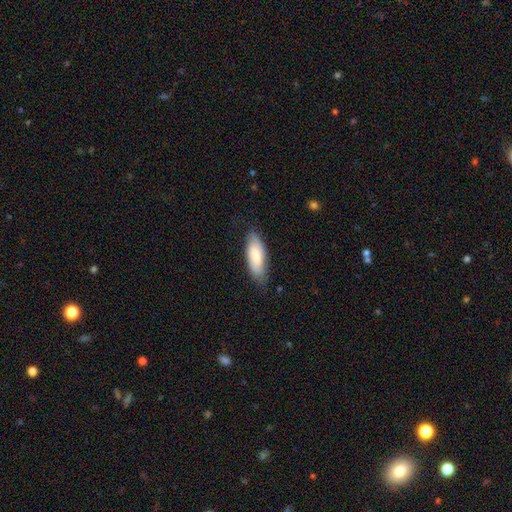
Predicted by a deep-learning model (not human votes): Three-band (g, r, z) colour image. It shows a smooth galaxy with no disk features (74%) that is in between round and cigar-shaped (73%). Merging: none (74%).